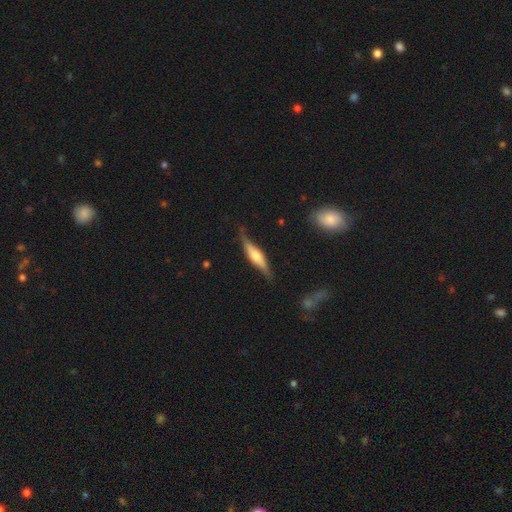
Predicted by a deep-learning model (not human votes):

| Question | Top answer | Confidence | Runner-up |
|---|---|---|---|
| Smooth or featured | featured or disk | 63% | smooth (32%) |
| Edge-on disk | yes | 91% | no (9%) |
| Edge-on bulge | rounded | 77% | boxy (17%) |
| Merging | none | 75% | minor disturbance (19%) |